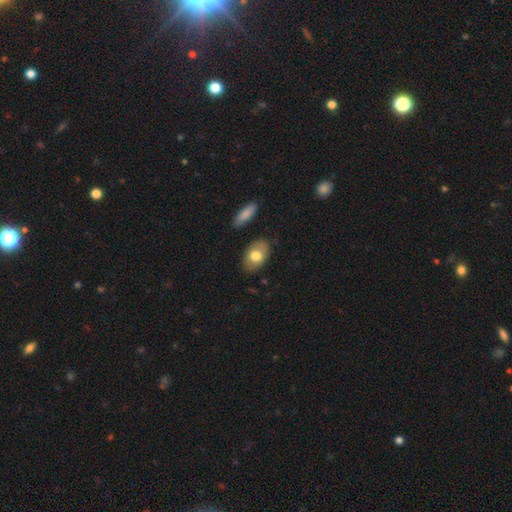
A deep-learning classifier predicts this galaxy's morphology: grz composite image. It shows a smooth galaxy with no disk features (72%) that is in between round and cigar-shaped (88%). Merging: none (81%).